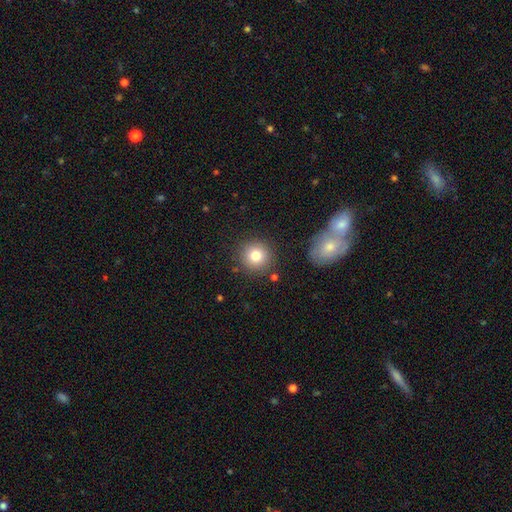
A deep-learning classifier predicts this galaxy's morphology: Overall: smooth (80%). How rounded: round (94%). Merging: none (86%).